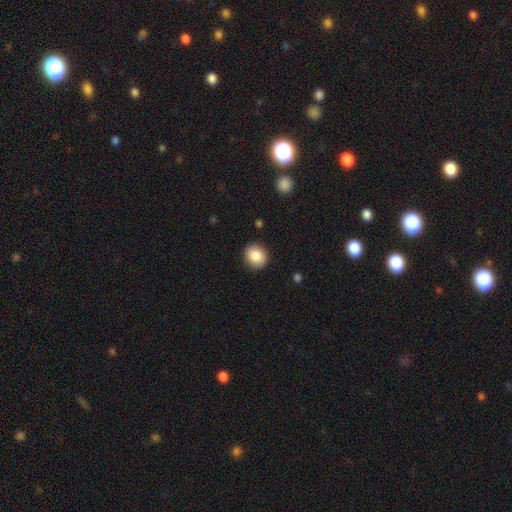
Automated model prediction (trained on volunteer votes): Smooth or featured: smooth — 87% (star or artifact — 8%)
How rounded: round — 77% (in between — 22%)
Merging: none — 90% (minor disturbance — 7%)